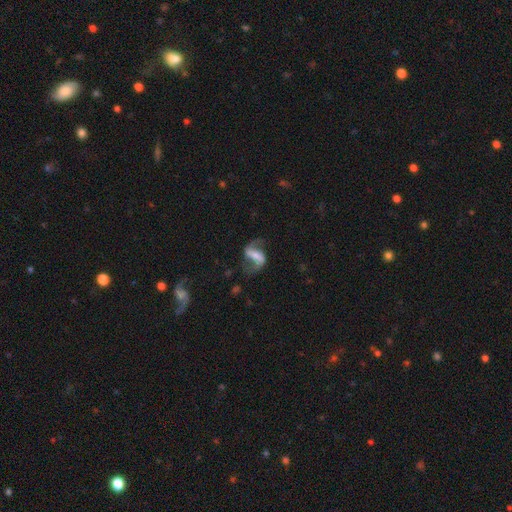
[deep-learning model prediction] Q: Smooth or featured?
A: featured or disk (82%); runner-up: smooth (11%)
Q: Edge-on disk?
A: no (96%); runner-up: yes (4%)
Q: Bar?
A: strong (57%); runner-up: weak (30%)
Q: Spiral arms?
A: yes (92%); runner-up: no (8%)
Q: Spiral winding?
A: loose (60%); runner-up: medium (32%)
Q: Spiral arm count?
A: 2 (91%); runner-up: 1 (4%)
Q: Bulge size?
A: small (44%); runner-up: moderate (34%)
Q: Merging?
A: none (68%); runner-up: minor disturbance (15%)